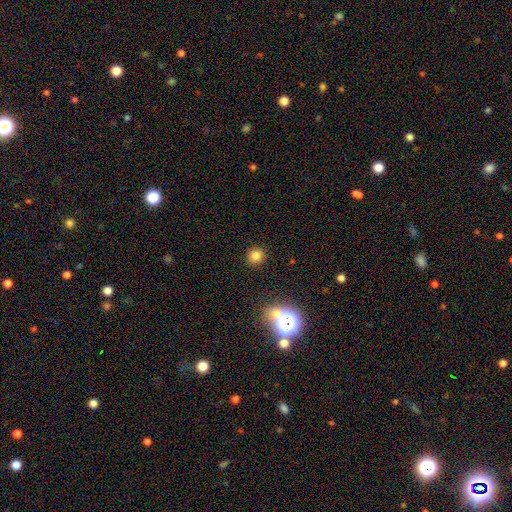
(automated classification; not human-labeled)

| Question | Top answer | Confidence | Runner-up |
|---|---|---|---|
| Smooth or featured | smooth | 79% | star or artifact (16%) |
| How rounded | round | 89% | in between (10%) |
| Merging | none | 90% | minor disturbance (6%) |